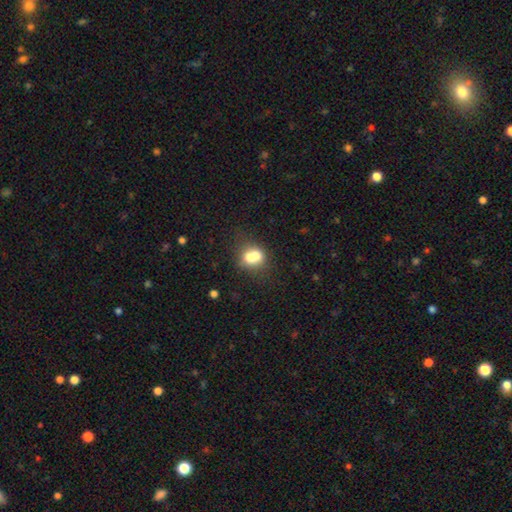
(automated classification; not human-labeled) The model was most divided on "merging": merger: 44%, none: 37%, minor disturbance: 13%, major disturbance: 6%. More confident: smooth or featured — smooth (70%); how rounded — round (54%).